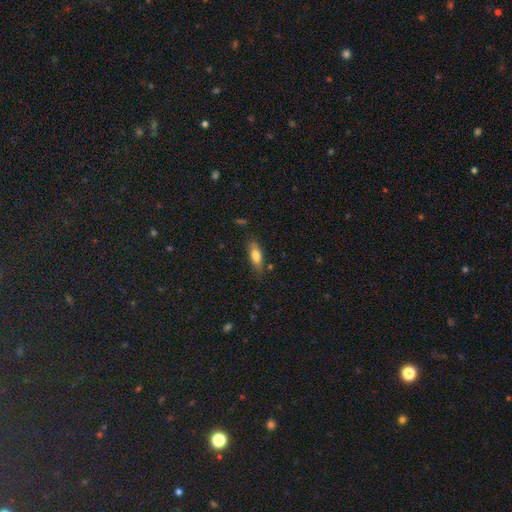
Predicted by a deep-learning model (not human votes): Smooth or featured? Predicted: smooth (p=0.73). How rounded? Predicted: in between (p=0.56). Merging? Predicted: none (p=0.79).